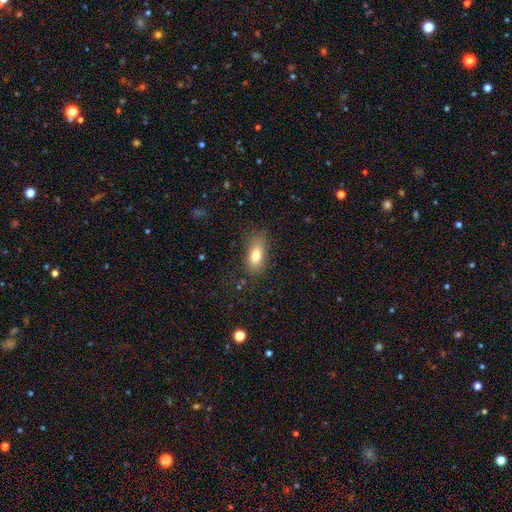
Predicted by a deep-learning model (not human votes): Smooth or featured?
  - smooth: 77% *
  - featured or disk: 14%
  - star or artifact: 9%
How rounded?
  - in between: 82% *
  - cigar-shaped: 11%
  - round: 7%
Merging?
  - none: 75% *
  - minor disturbance: 18%
  - major disturbance: 6%
  - merger: 2%